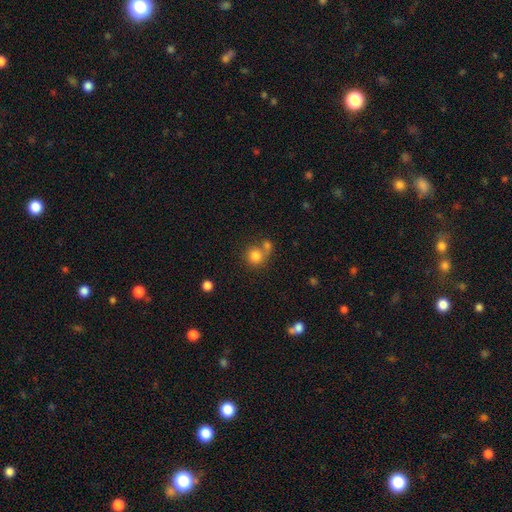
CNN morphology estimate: type=smooth (81%); roundness=round (88%); merging=none (50%).